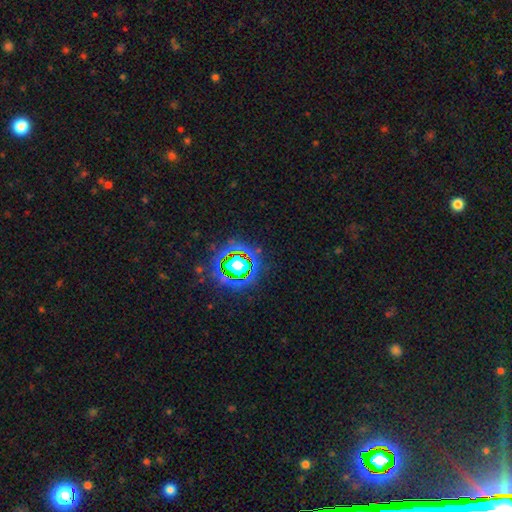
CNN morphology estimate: type=star or artifact (81%).